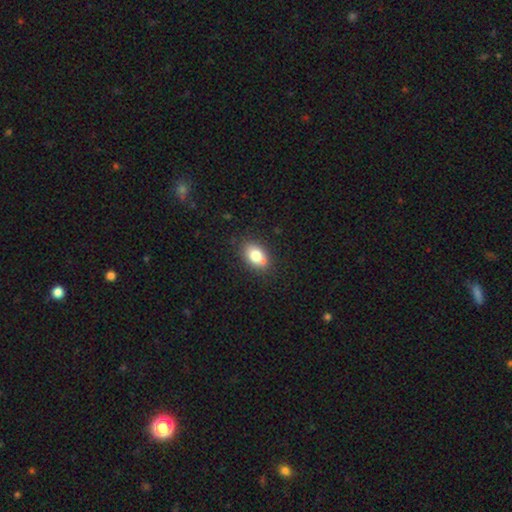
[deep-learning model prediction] Smooth or featured: smooth — 78% (featured or disk — 13%)
How rounded: in between — 83% (round — 15%)
Merging: none — 73% (minor disturbance — 17%)